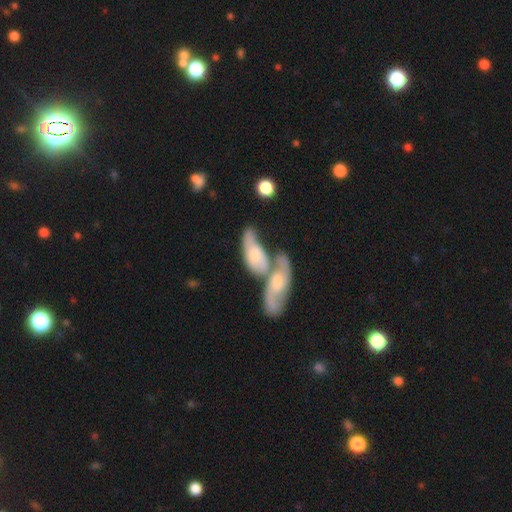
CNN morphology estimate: The model was most divided on "smooth or featured": featured or disk: 48%, smooth: 46%, star or artifact: 6%. More confident: merging — merger (66%).